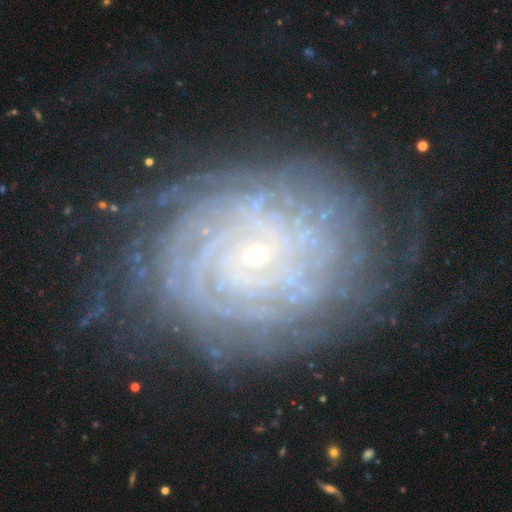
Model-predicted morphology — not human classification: featured or disk 84%, star or artifact 8%, smooth 8%. Down the decision tree: edge-on disk — no (97%); bar — no (75%); spiral arms — yes (96%); spiral arm count — can't tell (32%); spiral winding — tight (87%); bulge size — small (87%); merging — none (77%).